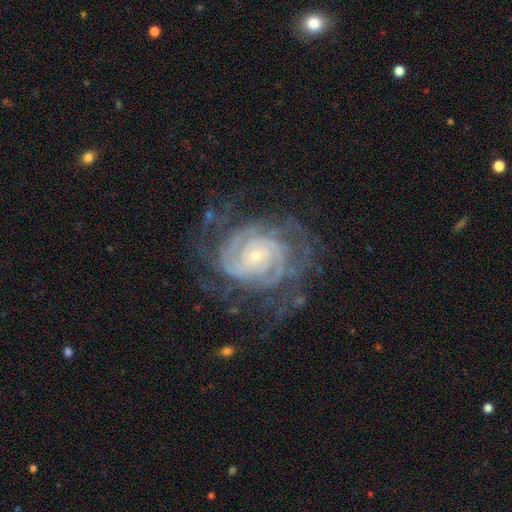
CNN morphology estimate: Overall: featured or disk (90%). Edge-on disk: no (98%). Bar: no (69%). Spiral arms: yes (98%). Spiral arm count: 2 (28%; can't tell 21%). Spiral winding: tight (78%). Bulge size: small (81%). Merging: none (66%).